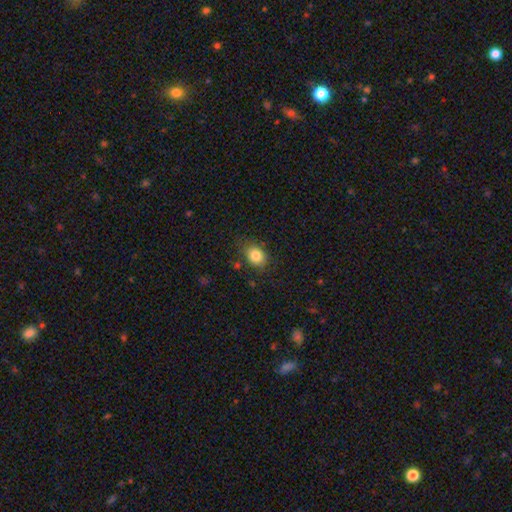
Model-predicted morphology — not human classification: Smooth or featured?
  - smooth: 83% *
  - star or artifact: 10%
  - featured or disk: 7%
How rounded?
  - round: 51% *
  - in between: 48%
  - cigar-shaped: 1%
Merging?
  - none: 76% *
  - minor disturbance: 17%
  - major disturbance: 4%
  - merger: 2%